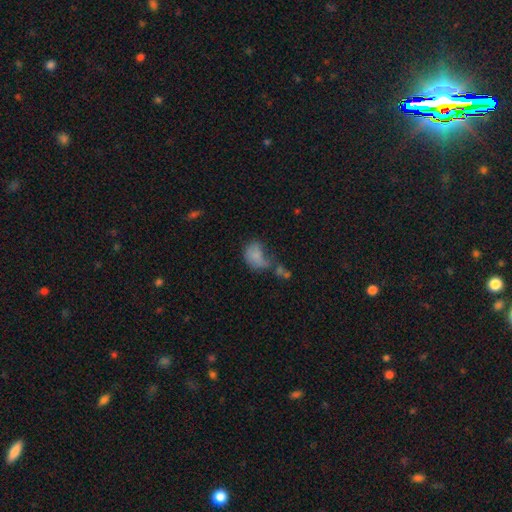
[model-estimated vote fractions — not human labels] Smooth or featured?
  - smooth: 69% *
  - featured or disk: 19%
  - star or artifact: 12%
How rounded?
  - in between: 74% *
  - round: 24%
  - cigar-shaped: 2%
Merging?
  - major disturbance: 36% *
  - merger: 22%
  - none: 22%
  - minor disturbance: 20%